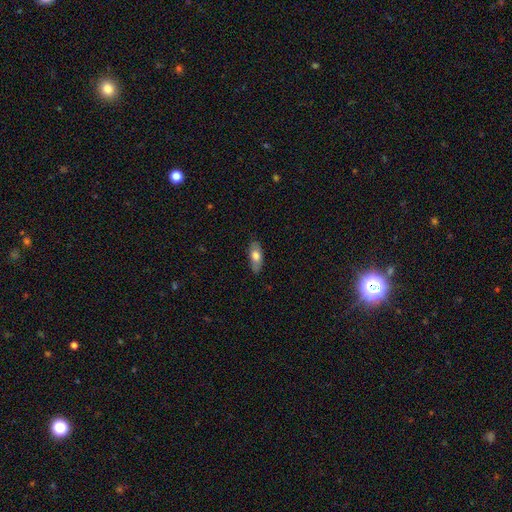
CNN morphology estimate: Smooth or featured: smooth — 70% (featured or disk — 24%)
How rounded: in between — 80% (cigar-shaped — 17%)
Merging: none — 82% (minor disturbance — 15%)